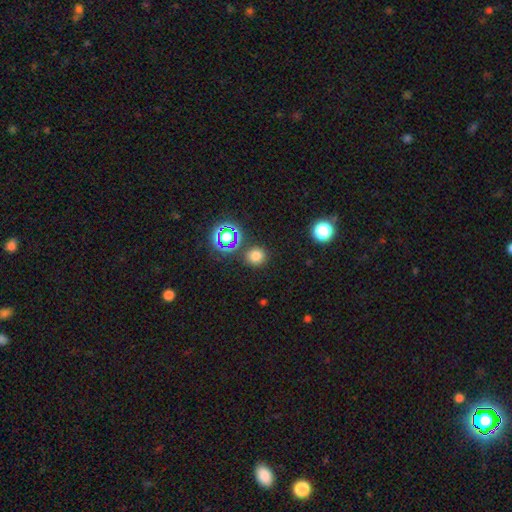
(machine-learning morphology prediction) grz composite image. It shows a smooth galaxy with no disk features (72%) that is round (88%). Merging: none (85%).